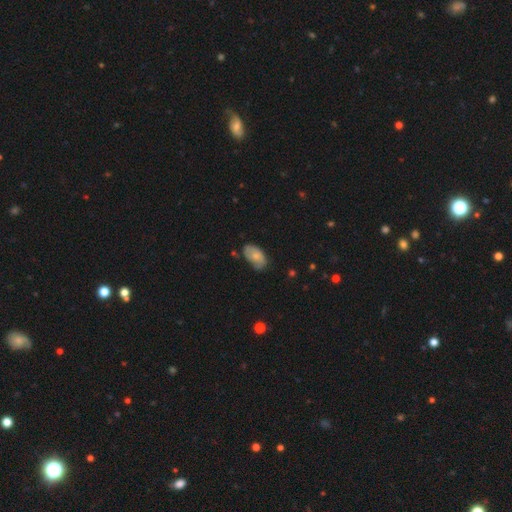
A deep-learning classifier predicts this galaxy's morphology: A smooth galaxy with no disk features (69%) that is in between round and cigar-shaped (93%).

Vote fractions:
- Smooth or featured? smooth: 69% / featured or disk: 24% / star or artifact: 7%
- How rounded? in between: 93% / round: 5% / cigar-shaped: 2%
- Merging? none: 59% / minor disturbance: 32% / major disturbance: 7% / merger: 2%